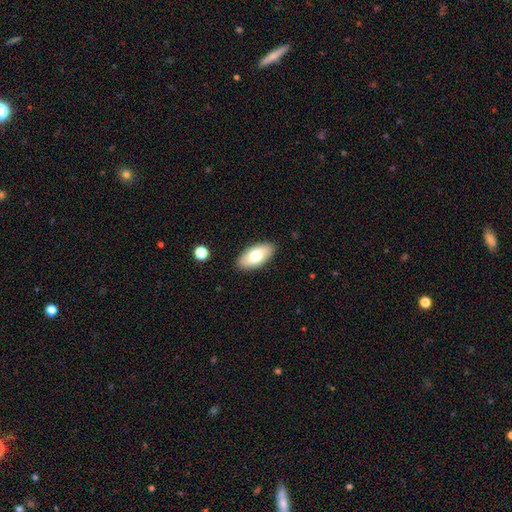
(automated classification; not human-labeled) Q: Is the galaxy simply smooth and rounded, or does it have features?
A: smooth — 73%.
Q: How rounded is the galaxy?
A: in between — 92%.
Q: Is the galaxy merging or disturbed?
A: none — 89%.